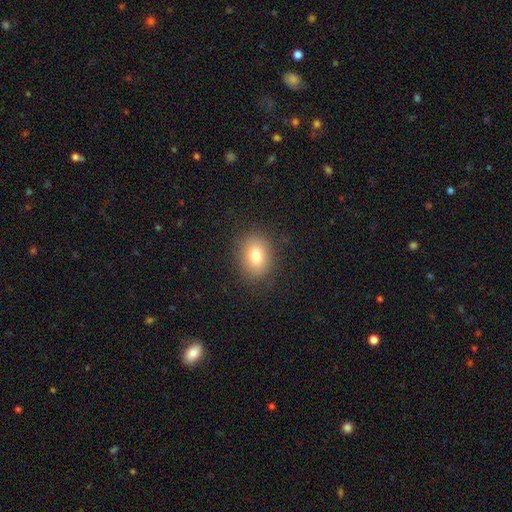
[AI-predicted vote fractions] Morphology: type=smooth (79%); roundness=in between (69%); merging=none (85%).